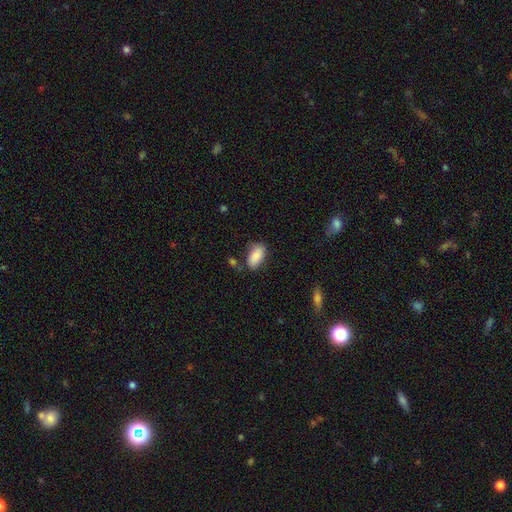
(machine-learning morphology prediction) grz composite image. It shows a smooth galaxy with no disk features (83%) that is in between round and cigar-shaped (93%). Merging: none (70%).